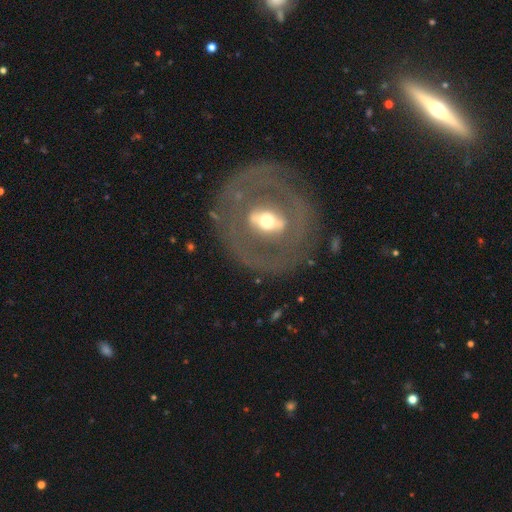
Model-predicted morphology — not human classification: featured or disk 73%, smooth 18%, star or artifact 8%. Down the decision tree: edge-on disk — no (88%); bar — weak (34%, tied with strong); spiral arms — no (64%); bulge size — moderate (65%); merging — none (79%).